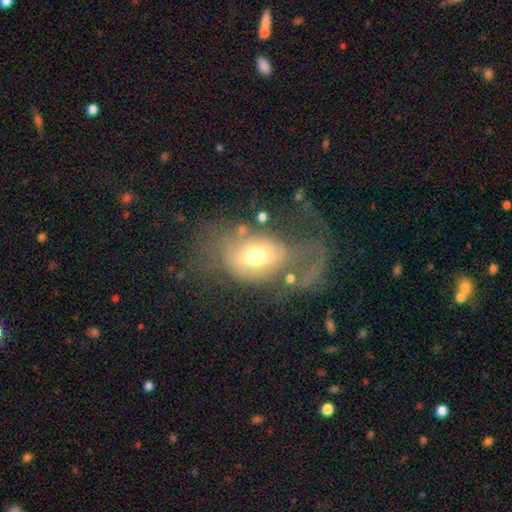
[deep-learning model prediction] A smooth galaxy with no disk features (49%).

Vote fractions:
- Smooth or featured? smooth: 49% / featured or disk: 42% / star or artifact: 9%
- Merging? major disturbance: 56% / none: 22% / minor disturbance: 15% / merger: 7%